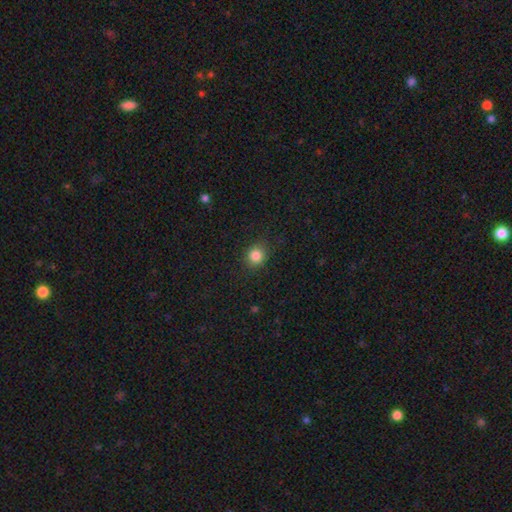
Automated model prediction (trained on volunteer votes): A smooth galaxy with no disk features (84%) that is round (80%).

Vote fractions:
- Smooth or featured? smooth: 84% / star or artifact: 11% / featured or disk: 5%
- How rounded? round: 80% / in between: 19% / cigar-shaped: 1%
- Merging? none: 88% / minor disturbance: 8% / major disturbance: 2% / merger: 1%